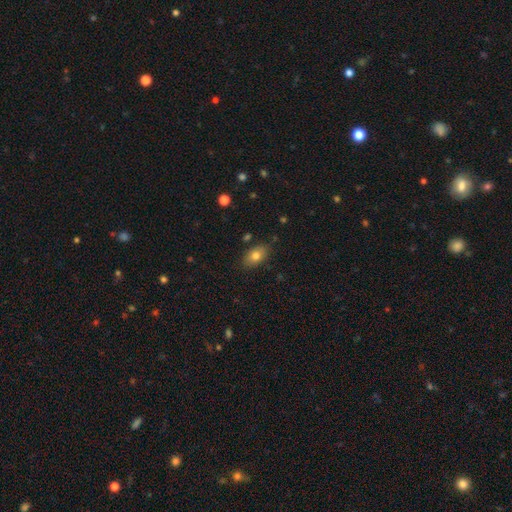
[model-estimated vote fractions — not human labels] A smooth galaxy with no disk features (79%) that is in between round and cigar-shaped (87%). Merging: none (83%).